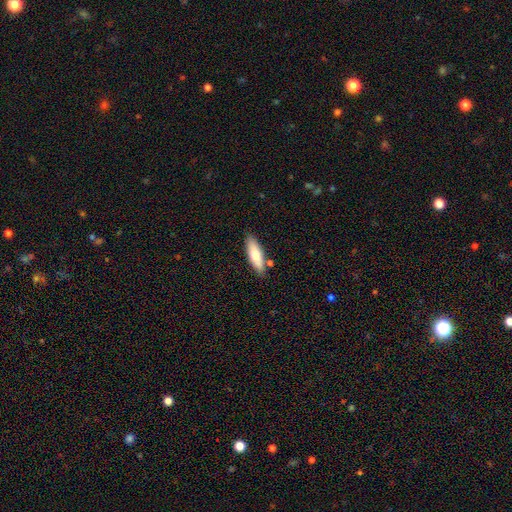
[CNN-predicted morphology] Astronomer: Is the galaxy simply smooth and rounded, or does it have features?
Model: smooth — 74%.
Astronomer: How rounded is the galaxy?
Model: cigar-shaped — 52% (runner-up: in between, 46%).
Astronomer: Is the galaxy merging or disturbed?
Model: none — 81%.